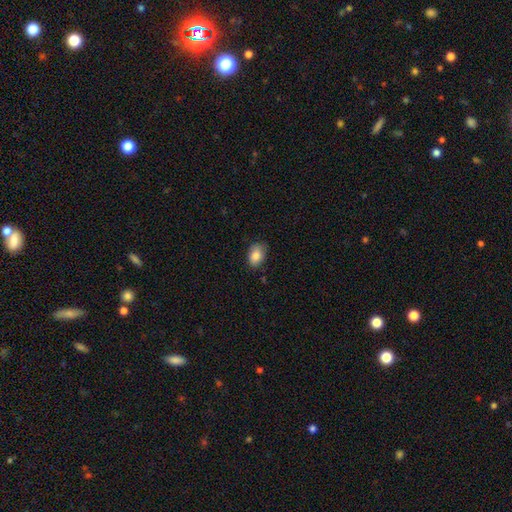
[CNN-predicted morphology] The model was most divided on "merging": none: 74%, minor disturbance: 21%, major disturbance: 3%, merger: 1%. More confident: smooth or featured — smooth (85%); how rounded — in between (84%).